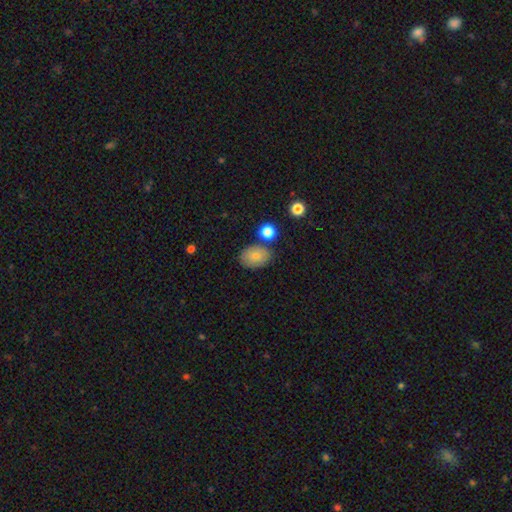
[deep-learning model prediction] Smooth or featured: smooth — 79% (featured or disk — 12%)
How rounded: in between — 73% (round — 26%)
Merging: none — 75% (minor disturbance — 13%)